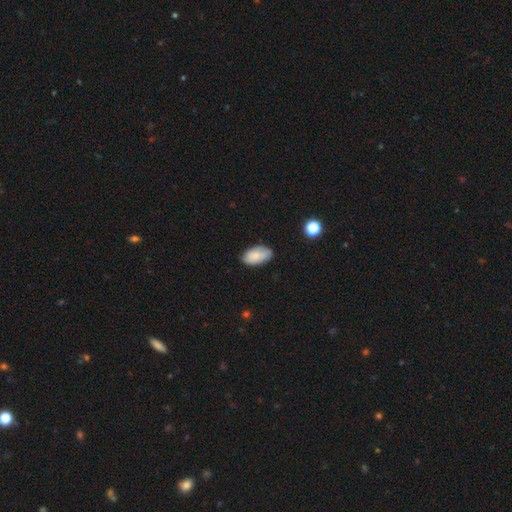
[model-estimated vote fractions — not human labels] This is likely a smooth galaxy (76%). How rounded: clearly in between (94%). Merging: likely none (75%).